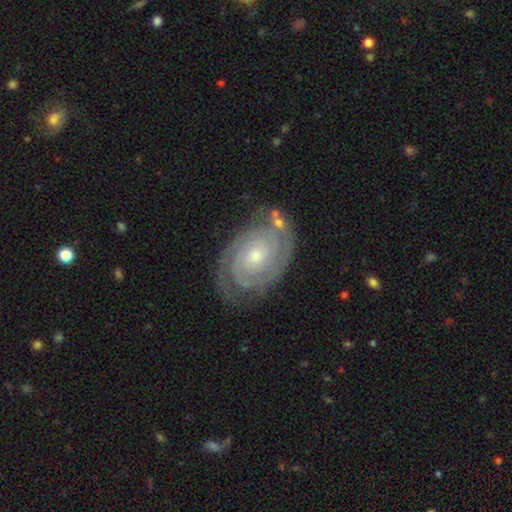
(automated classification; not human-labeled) This appears to be a featured or disk galaxy (89%) with no bar (73%), 2 (76%) tight (82%) spiral arms (98%) and a small central bulge (48%, tied with moderate). Merging: none (78%).